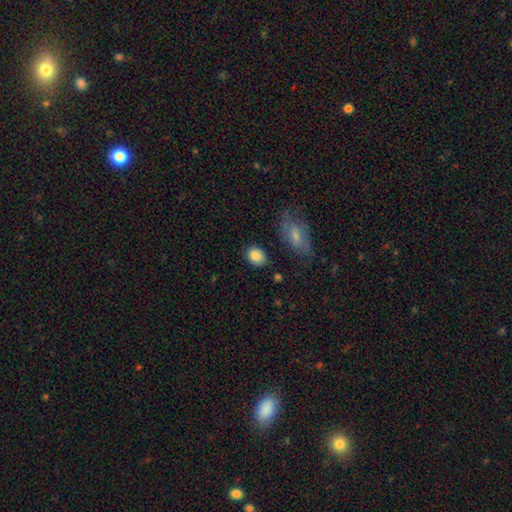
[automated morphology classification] This is clearly a smooth galaxy (87%). How rounded: likely in between (65%). Merging: likely none (76%).